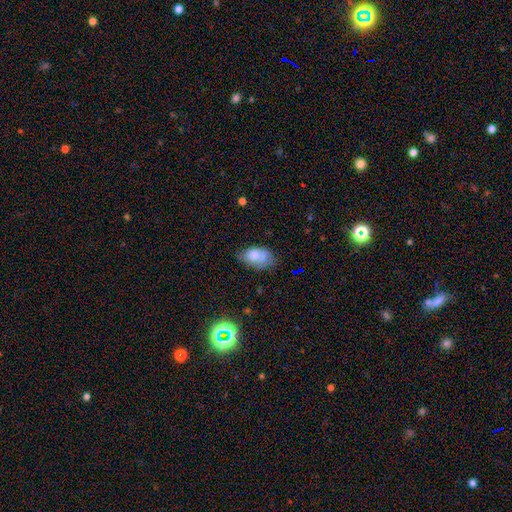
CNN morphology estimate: Overall: smooth (70%). How rounded: in between (91%). Merging: none (53%; minor disturbance 33%).